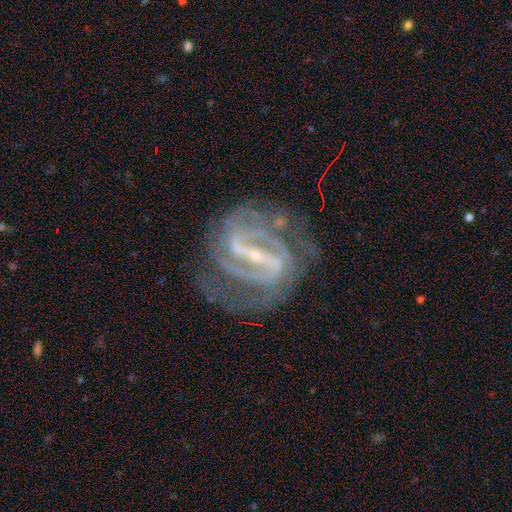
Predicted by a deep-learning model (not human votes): Smooth or featured? featured or disk (92%)
Edge-on disk? no (96%)
Bar? strong (78%)
Spiral arms? yes (97%)
Spiral winding? tight (47%)
Spiral arm count? 2 (63%)
Bulge size? small (79%)
Merging? none (70%)